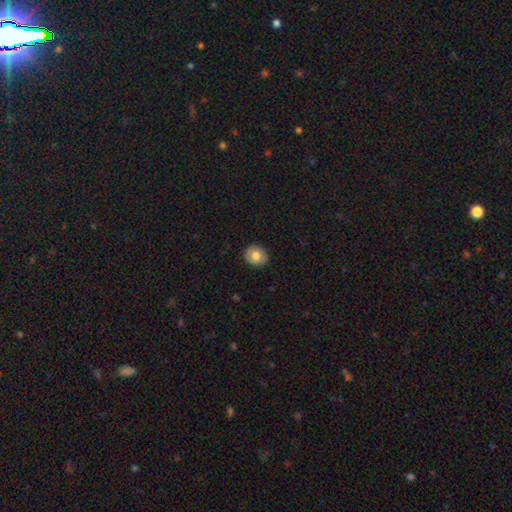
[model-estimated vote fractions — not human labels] Smooth or featured? smooth (74%)
How rounded? round (70%)
Merging? none (89%)